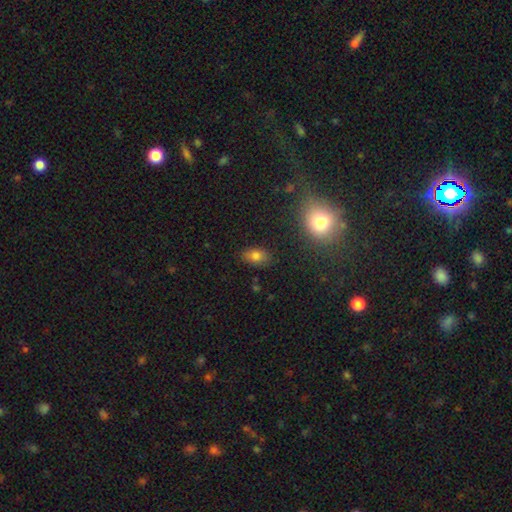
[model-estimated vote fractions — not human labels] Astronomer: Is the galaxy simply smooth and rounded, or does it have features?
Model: smooth — 78%.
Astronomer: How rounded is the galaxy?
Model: in between — 84%.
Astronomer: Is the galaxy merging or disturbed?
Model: none — 82%.